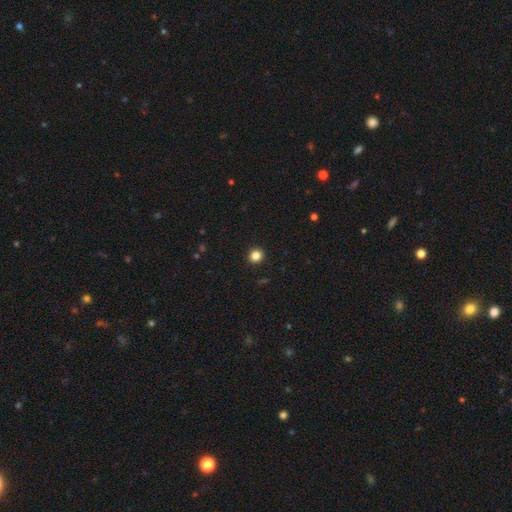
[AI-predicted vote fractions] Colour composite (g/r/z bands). It shows a smooth galaxy with no disk features (84%) that is round (90%). Merging: none (93%).